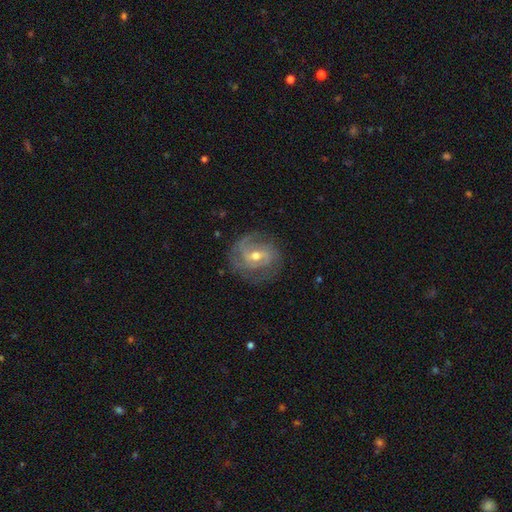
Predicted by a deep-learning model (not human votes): A featured or disk galaxy (84%) with a weak bar (48%), 2 (43%) tight (49%) spiral arms (93%) and a moderate central bulge (63%).

Vote fractions:
- Smooth or featured? featured or disk: 84% / smooth: 10% / star or artifact: 6%
- Edge-on disk? no: 97% / yes: 3%
- Bar? weak: 48% / no: 31% / strong: 20%
- Spiral arms? yes: 93% / no: 7%
- Spiral winding? tight: 49% / medium: 39% / loose: 13%
- Spiral arm count? 2: 43% / can't tell: 23% / 3: 20% / 1: 5% / 4: 5% / more than 4: 4%
- Bulge size? moderate: 63% / small: 33% / large: 2% / none: 1% / dominant: 1%
- Merging? none: 74% / minor disturbance: 17% / major disturbance: 8% / merger: 1%